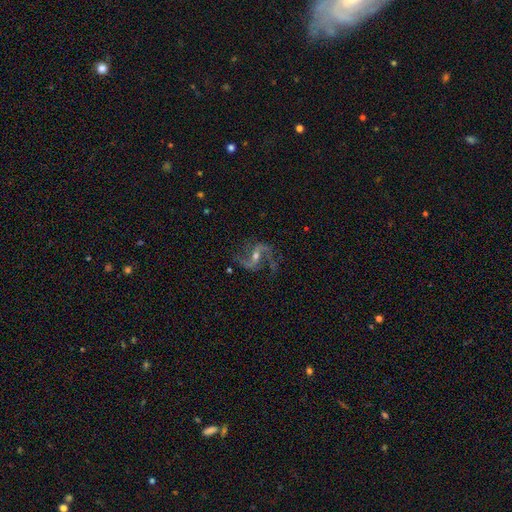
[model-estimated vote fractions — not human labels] smooth_or_featured: featured or disk (p=0.89) [alt: star or artifact p=0.07]
disk_edge_on: no (p=0.97) [alt: yes p=0.03]
bar: weak (p=0.42) [alt: strong p=0.33]
has_spiral_arms: yes (p=0.97) [alt: no p=0.03]
spiral_winding: loose (p=0.50) [alt: medium p=0.42]
spiral_arm_count: 2 (p=0.91) [alt: 3 p=0.02]
bulge_size: moderate (p=0.49) [alt: small p=0.46]
merging: none (p=0.76) [alt: minor disturbance p=0.13]